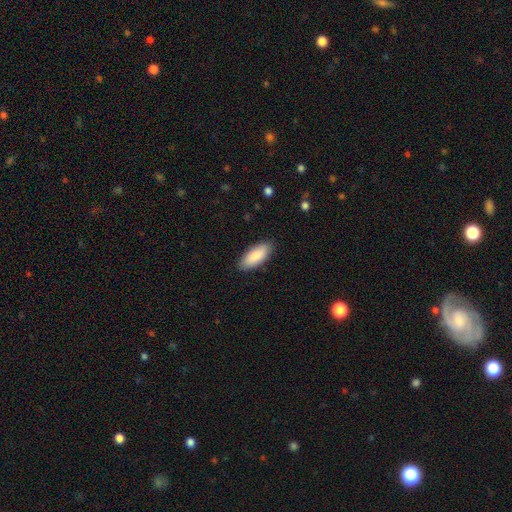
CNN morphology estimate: Q: Smooth or featured?
A: smooth (86%); runner-up: featured or disk (9%)
Q: How rounded?
A: in between (83%); runner-up: cigar-shaped (15%)
Q: Merging?
A: none (87%); runner-up: minor disturbance (10%)